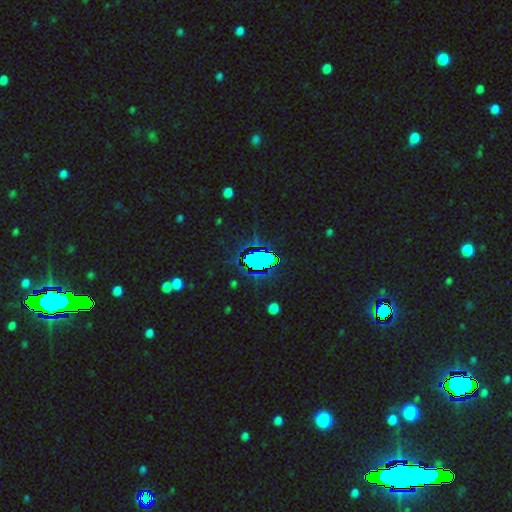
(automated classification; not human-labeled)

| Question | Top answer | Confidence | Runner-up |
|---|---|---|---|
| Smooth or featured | star or artifact | 70% | smooth (20%) |